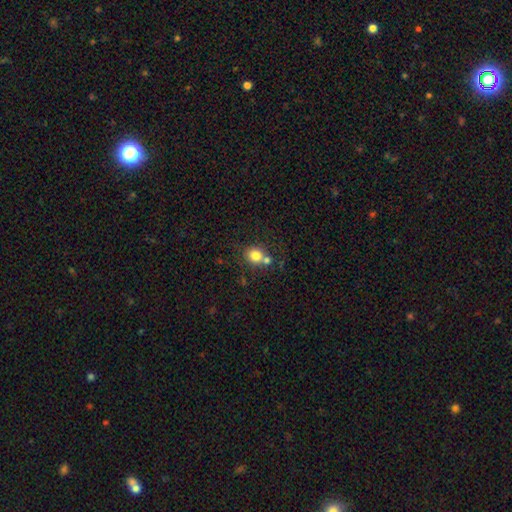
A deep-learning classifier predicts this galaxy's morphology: smooth_or_featured: smooth (p=0.79) [alt: star or artifact p=0.11]
how_rounded: round (p=0.78) [alt: in between p=0.21]
merging: none (p=0.56) [alt: merger p=0.30]